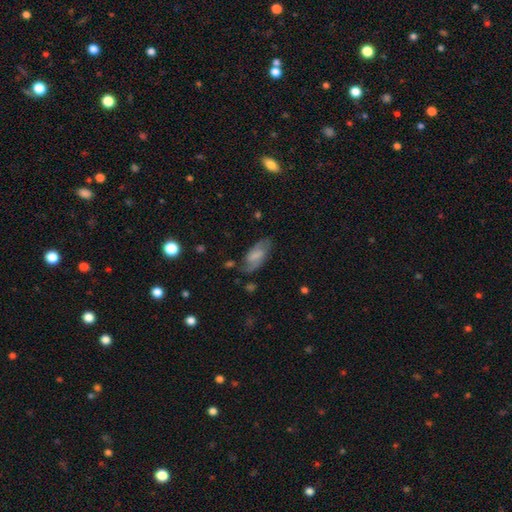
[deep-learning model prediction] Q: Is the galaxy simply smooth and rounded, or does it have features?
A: featured or disk — 55%.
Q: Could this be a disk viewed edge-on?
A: no — 92%.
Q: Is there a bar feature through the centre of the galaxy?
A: weak — 48%.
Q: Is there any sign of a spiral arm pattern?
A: yes — 85%.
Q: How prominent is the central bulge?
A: none — 37%.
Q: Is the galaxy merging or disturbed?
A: none — 70%.